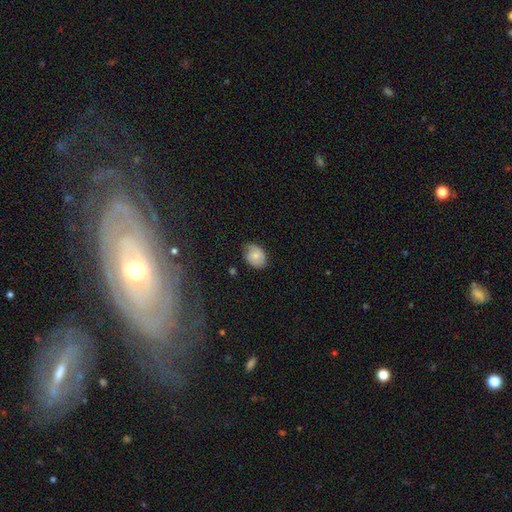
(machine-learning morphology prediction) Overall: smooth (74%). How rounded: in between (66%; round 33%). Merging: none (69%).